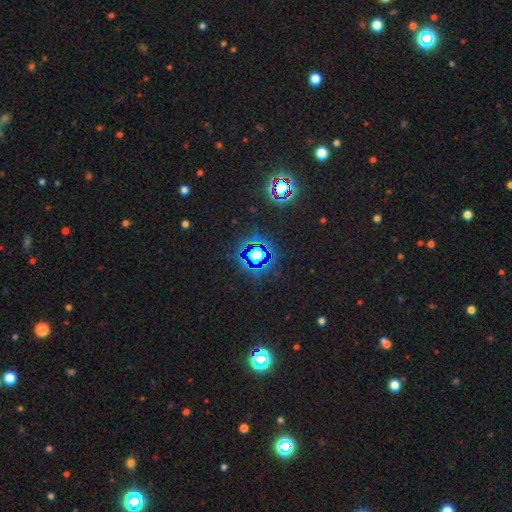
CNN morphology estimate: type=star or artifact (74%).